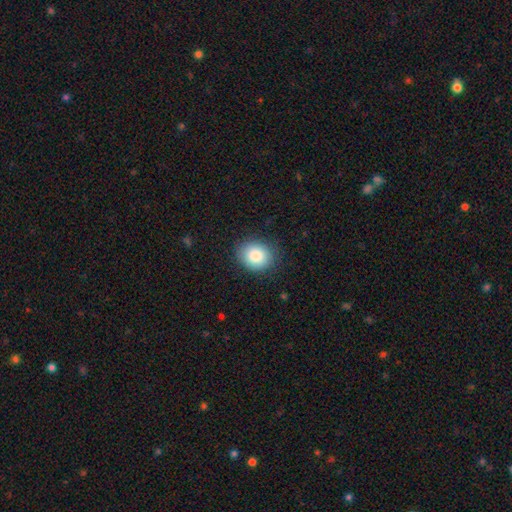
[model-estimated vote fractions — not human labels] smooth_or_featured: smooth (p=0.85) [alt: star or artifact p=0.08]
how_rounded: round (p=0.62) [alt: in between p=0.37]
merging: none (p=0.84) [alt: minor disturbance p=0.11]